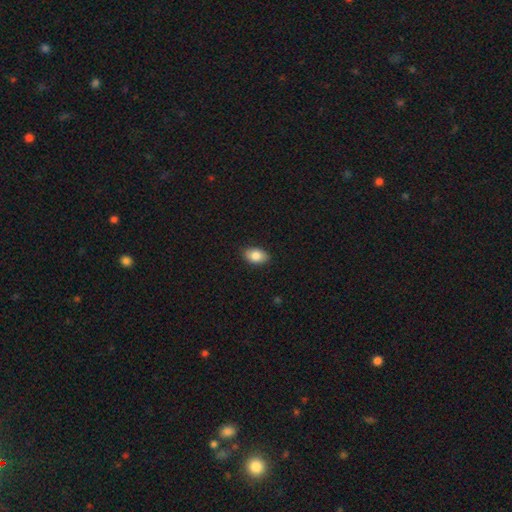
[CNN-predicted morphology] type=smooth (85%); roundness=in between (87%); merging=none (86%).